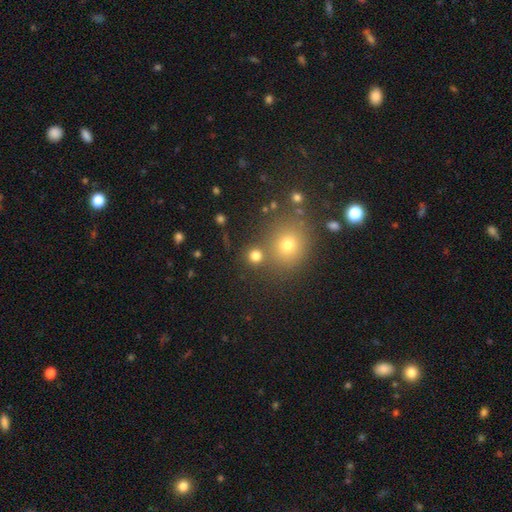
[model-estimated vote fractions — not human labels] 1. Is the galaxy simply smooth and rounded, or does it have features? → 76% smooth, 17% star or artifact, 7% featured or disk.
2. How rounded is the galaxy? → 89% round, 10% in between, 1% cigar-shaped.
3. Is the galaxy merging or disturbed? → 74% none, 15% merger, 7% minor disturbance, 4% major disturbance.